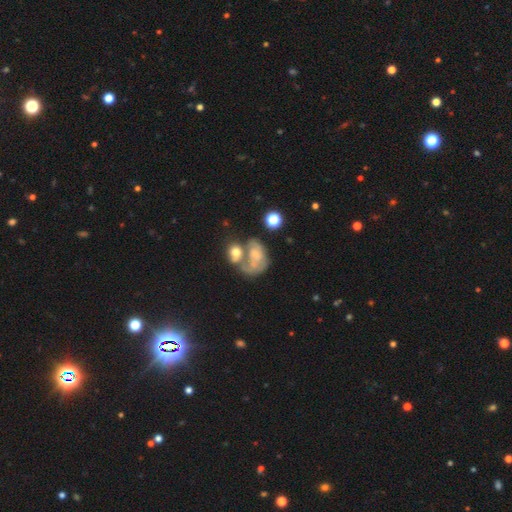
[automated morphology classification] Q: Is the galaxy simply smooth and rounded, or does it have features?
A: featured or disk — 51%.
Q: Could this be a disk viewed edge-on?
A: no — 97%.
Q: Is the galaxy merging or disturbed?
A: merger — 41%.